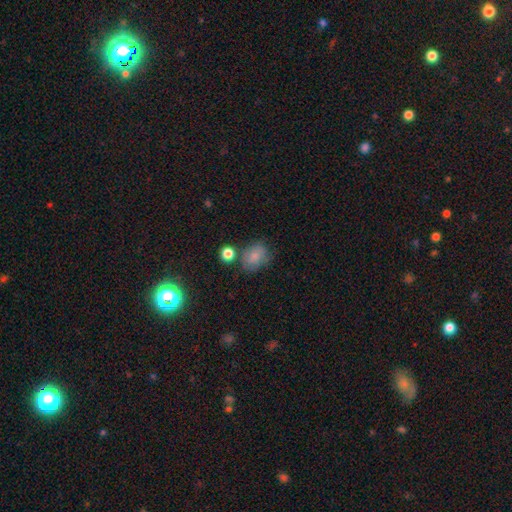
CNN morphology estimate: smooth-or-featured: smooth: 78% | featured or disk: 12% | star or artifact: 10%
  how-rounded: in between: 60% | round: 39% | cigar-shaped: 1%
  merging: none: 59% | minor disturbance: 23% | merger: 10% | major disturbance: 8%